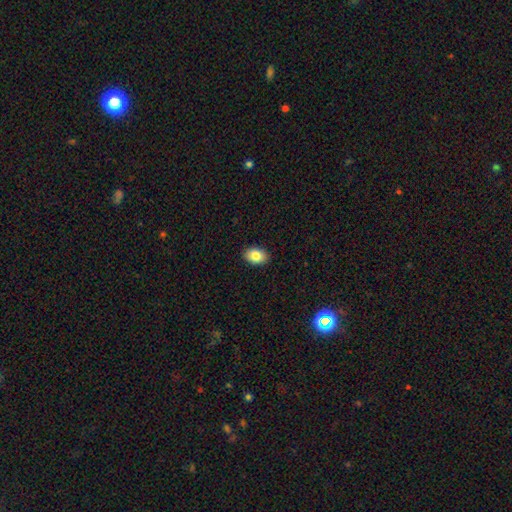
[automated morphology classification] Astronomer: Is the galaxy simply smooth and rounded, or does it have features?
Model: smooth — 84%.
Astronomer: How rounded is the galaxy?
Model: in between — 82%.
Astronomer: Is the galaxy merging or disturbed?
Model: none — 90%.